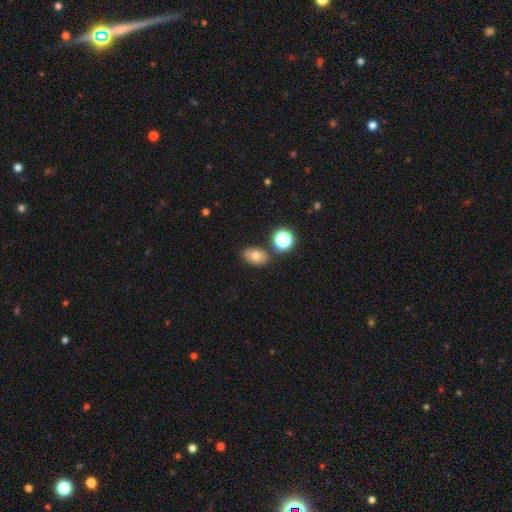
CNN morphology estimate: Smooth or featured? Predicted: smooth (p=0.70). How rounded? Predicted: in between (p=0.78). Merging? Predicted: none (p=0.80).